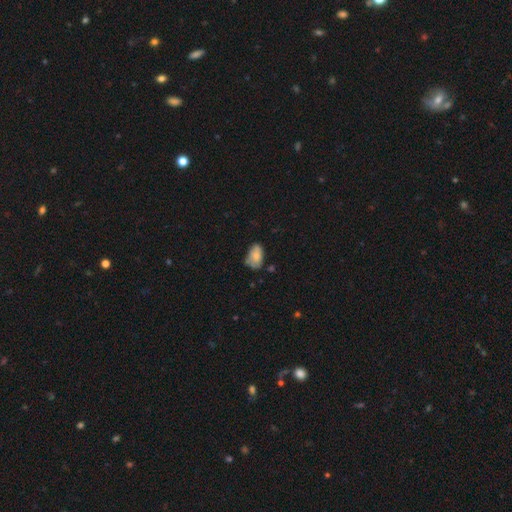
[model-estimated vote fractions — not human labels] A smooth galaxy with no disk features (75%) that is in between round and cigar-shaped (90%). Merging: none (48%).